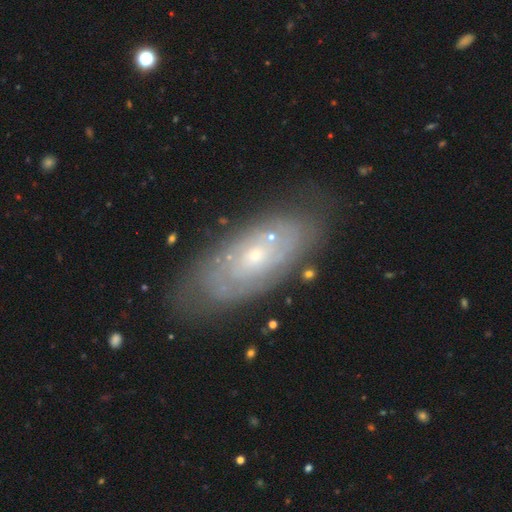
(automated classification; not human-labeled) The model was most divided on "bulge size": small: 66%, moderate: 30%, none: 2%, large: 2%, dominant: 1%. More confident: edge-on disk — no (91%); bar — no (79%); spiral arms — yes (78%); merging — none (76%); smooth or featured — featured or disk (75%); spiral winding — tight (75%); spiral arm count — can't tell (59%).